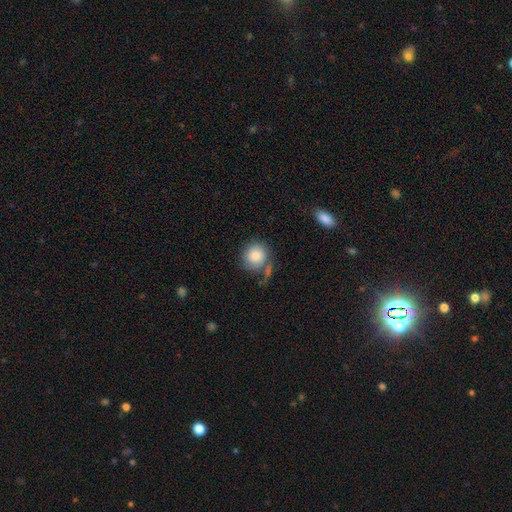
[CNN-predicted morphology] This is clearly a smooth galaxy (80%). How rounded: clearly round (88%). Merging: possibly none (52%).